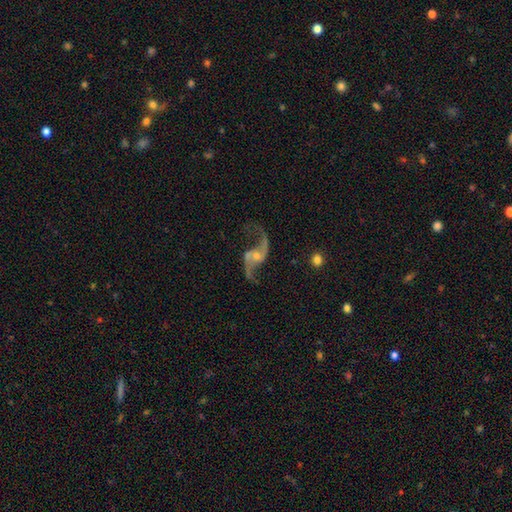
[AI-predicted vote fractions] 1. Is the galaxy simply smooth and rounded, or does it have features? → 91% featured or disk, 5% star or artifact, 3% smooth.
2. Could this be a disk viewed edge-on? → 97% no, 3% yes.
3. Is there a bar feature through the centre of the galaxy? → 50% no, 36% weak, 14% strong.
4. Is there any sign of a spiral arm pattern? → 97% yes, 3% no.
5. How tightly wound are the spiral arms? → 86% loose, 12% medium, 3% tight.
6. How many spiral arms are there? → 94% 2, 2% 1, 1% can't tell, 1% 3, 1% 4, 1% more than 4.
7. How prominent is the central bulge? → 61% small, 30% moderate, 5% none, 2% large, 1% dominant.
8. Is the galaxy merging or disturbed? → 71% none, 14% minor disturbance, 11% major disturbance, 3% merger.